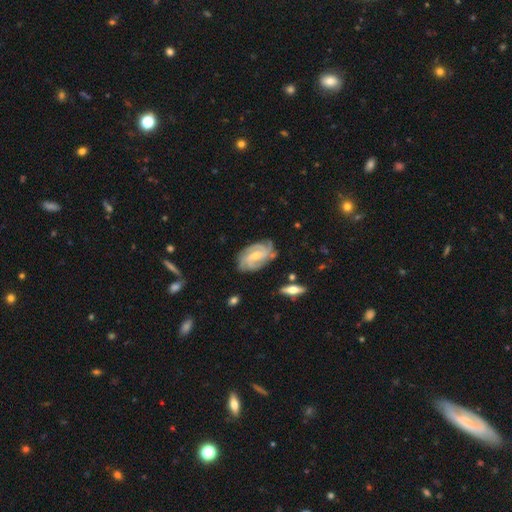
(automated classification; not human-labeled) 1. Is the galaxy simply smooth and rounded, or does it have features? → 84% featured or disk, 10% smooth, 6% star or artifact.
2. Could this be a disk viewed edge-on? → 96% no, 4% yes.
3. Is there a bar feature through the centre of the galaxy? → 44% weak, 41% no, 15% strong.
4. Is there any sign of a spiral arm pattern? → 96% yes, 4% no.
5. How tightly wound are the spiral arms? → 52% tight, 38% medium, 10% loose.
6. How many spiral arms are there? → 31% 3, 24% 4, 19% can't tell, 17% 2, 5% more than 4, 4% 1.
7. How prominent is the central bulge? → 57% small, 38% moderate, 2% none, 2% large, 1% dominant.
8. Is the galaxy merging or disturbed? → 74% none, 18% minor disturbance, 6% major disturbance, 2% merger.